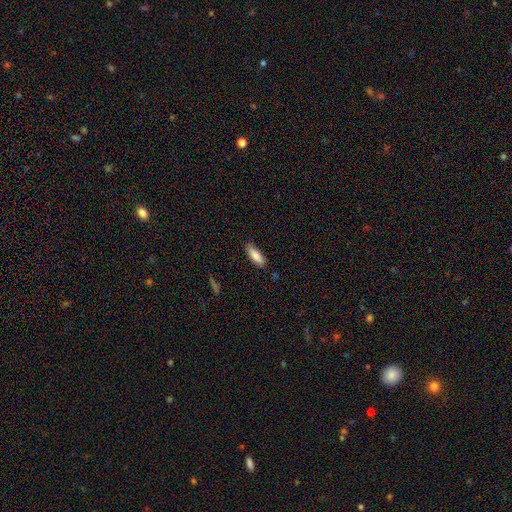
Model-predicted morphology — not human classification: A smooth galaxy with no disk features (82%) that is in between round and cigar-shaped (57%). Merging: none (83%).